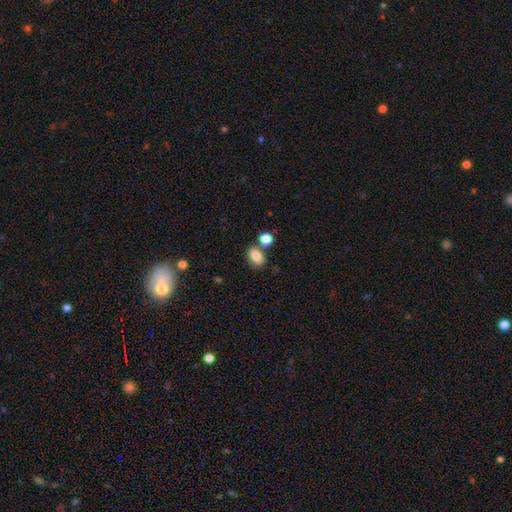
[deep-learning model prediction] The model was most divided on "merging": none: 65%, merger: 21%, minor disturbance: 11%, major disturbance: 3%. More confident: smooth or featured — smooth (82%); how rounded — in between (71%).